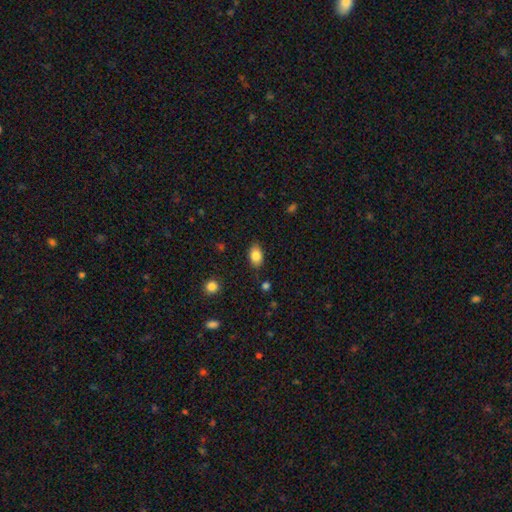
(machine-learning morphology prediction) Q: Smooth or featured?
A: smooth (83%); runner-up: star or artifact (9%)
Q: How rounded?
A: in between (85%); runner-up: round (13%)
Q: Merging?
A: none (82%); runner-up: minor disturbance (13%)